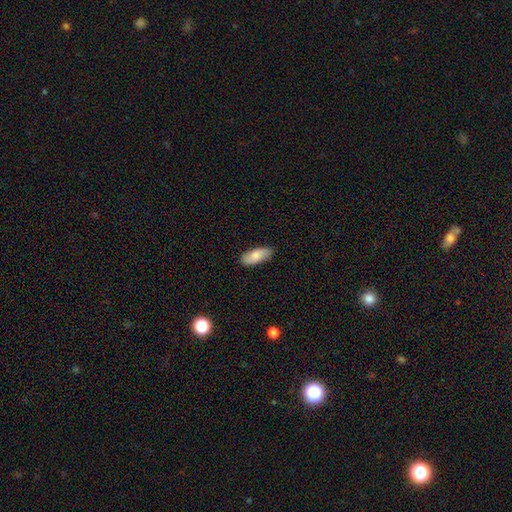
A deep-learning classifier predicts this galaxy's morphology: The model was most divided on "how rounded": in between: 83%, cigar-shaped: 15%, round: 2%. More confident: merging — none (85%); smooth or featured — smooth (81%).